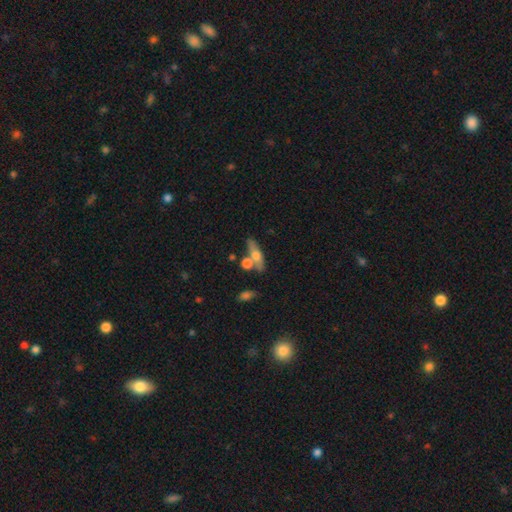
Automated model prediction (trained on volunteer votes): This appears to be a smooth galaxy with no disk features (52%) that is cigar-shaped (48%). Merging: none (59%).